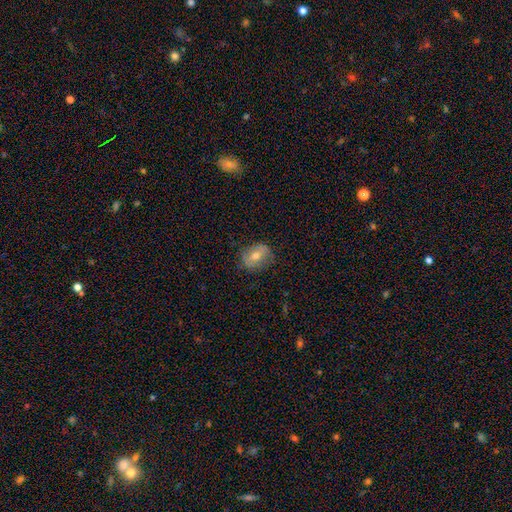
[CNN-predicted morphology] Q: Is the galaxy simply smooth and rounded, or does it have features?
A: smooth — 50%.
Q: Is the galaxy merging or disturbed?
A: none — 79%.